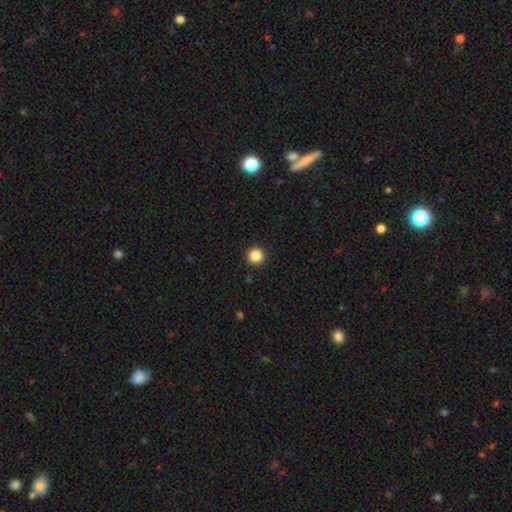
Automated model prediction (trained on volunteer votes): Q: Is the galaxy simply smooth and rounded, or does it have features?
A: smooth — 86%.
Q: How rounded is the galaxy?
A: round — 96%.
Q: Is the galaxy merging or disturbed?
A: none — 93%.